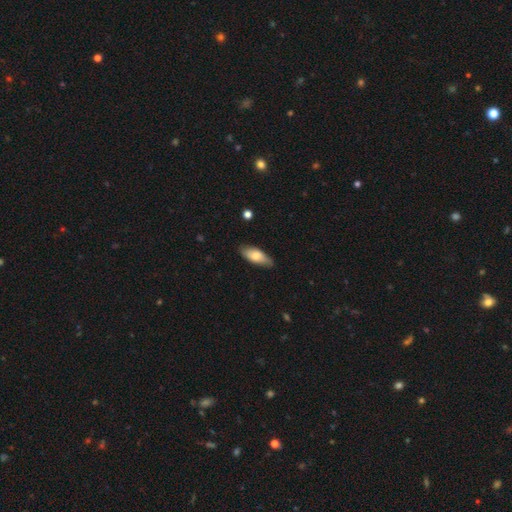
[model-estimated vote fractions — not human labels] smooth 72%, featured or disk 22%, star or artifact 6%. Down the decision tree: how rounded — in between (81%); merging — none (82%).